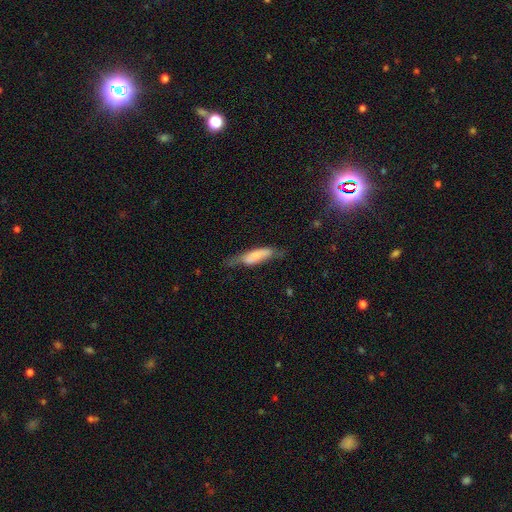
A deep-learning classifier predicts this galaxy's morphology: smooth 63%, featured or disk 30%, star or artifact 6%. Down the decision tree: how rounded — cigar-shaped (63%); merging — none (46%).